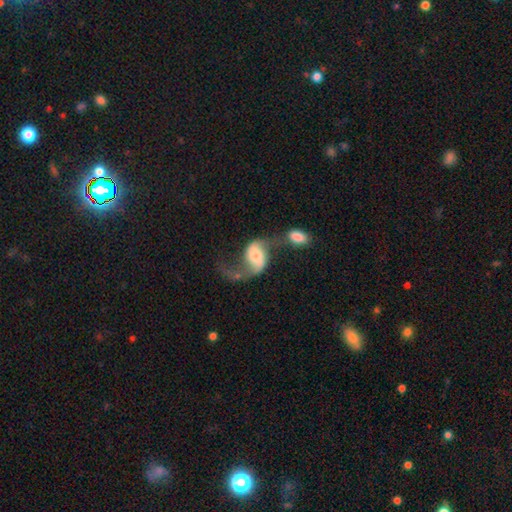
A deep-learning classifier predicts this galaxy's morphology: smooth-or-featured: featured or disk: 69% | smooth: 24% | star or artifact: 7%
  disk-edge-on: no: 96% | yes: 4%
    bar: no: 44% | weak: 37% | strong: 19%
    has-spiral-arms: yes: 88% | no: 12%
      spiral-winding: loose: 85% | medium: 12% | tight: 3%
      spiral-arm-count: 2: 76% | 1: 18% | can't tell: 3% | 3: 1% | 4: 1% | more than 4: 1%
    bulge-size: moderate: 47% | small: 27% | large: 17% | none: 6% | dominant: 4%
  merging: merger: 48% | none: 21% | major disturbance: 21% | minor disturbance: 10%